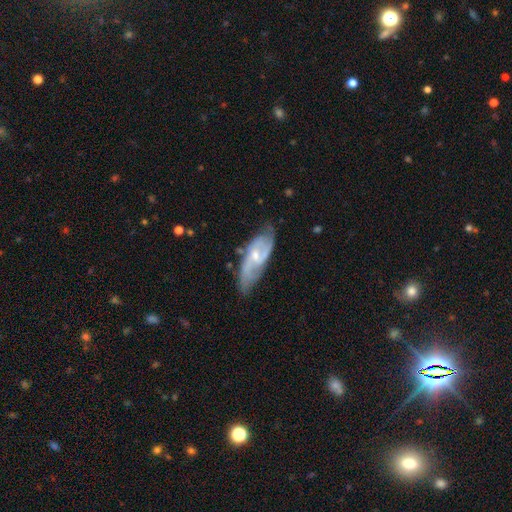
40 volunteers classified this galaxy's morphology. type=featured or disk (80%); edge-on=no (78%); bar=weak (44%, tied with no); spiral arms=yes (92%); winding=medium (48%); arm count=2 (43%); bulge=small (60%); merging=none (67%).